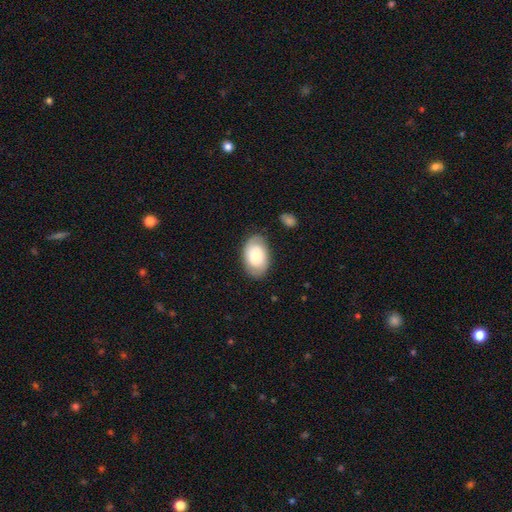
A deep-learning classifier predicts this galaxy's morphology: The model was most divided on "smooth or featured": smooth: 64%, featured or disk: 30%, star or artifact: 7%. More confident: how rounded — in between (90%); merging — none (79%).